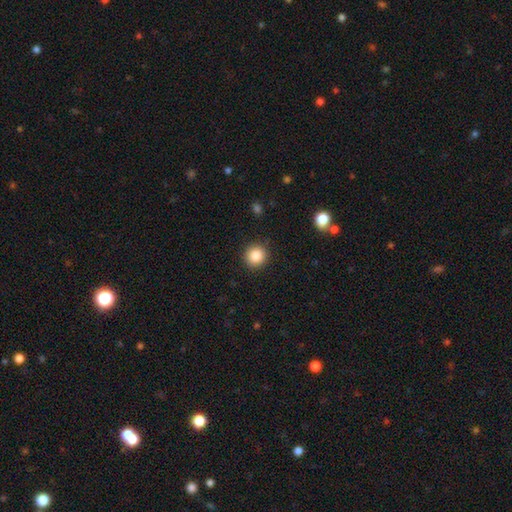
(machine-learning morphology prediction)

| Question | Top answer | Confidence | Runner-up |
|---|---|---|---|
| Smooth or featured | smooth | 86% | star or artifact (10%) |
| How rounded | round | 93% | in between (6%) |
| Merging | none | 91% | minor disturbance (6%) |